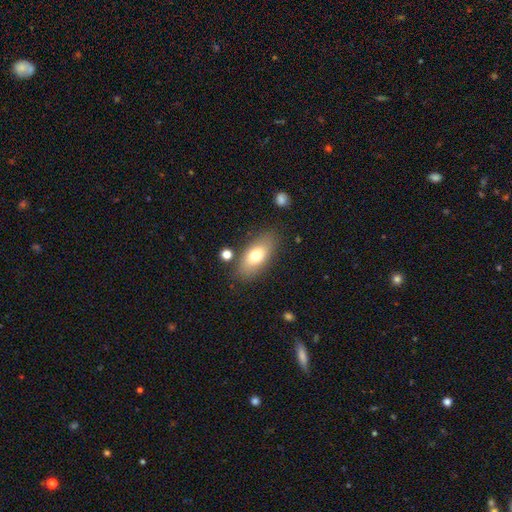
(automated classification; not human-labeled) The model was most divided on "smooth or featured": smooth: 71%, featured or disk: 21%, star or artifact: 8%. More confident: how rounded — in between (84%); merging — none (80%).